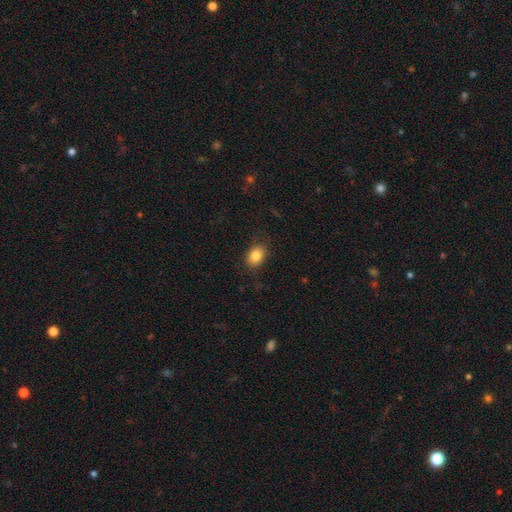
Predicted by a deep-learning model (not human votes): The model was most divided on "how rounded": in between: 70%, round: 29%, cigar-shaped: 1%. More confident: merging — none (84%); smooth or featured — smooth (84%).